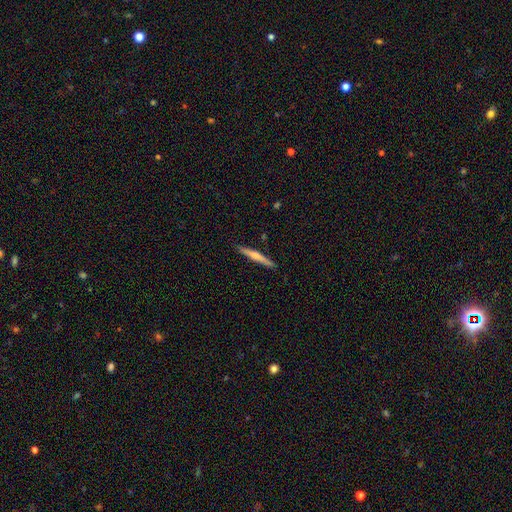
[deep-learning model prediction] The model was most divided on "smooth or featured": smooth: 52%, featured or disk: 43%, star or artifact: 5%. More confident: how rounded — cigar-shaped (95%); merging — none (88%).